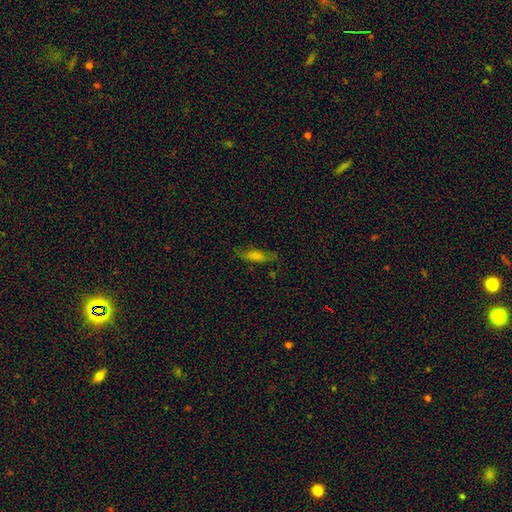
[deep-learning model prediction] Smooth or featured: smooth — 52% (featured or disk — 33%)
How rounded: cigar-shaped — 59% (in between — 38%)
Merging: none — 77% (minor disturbance — 17%)